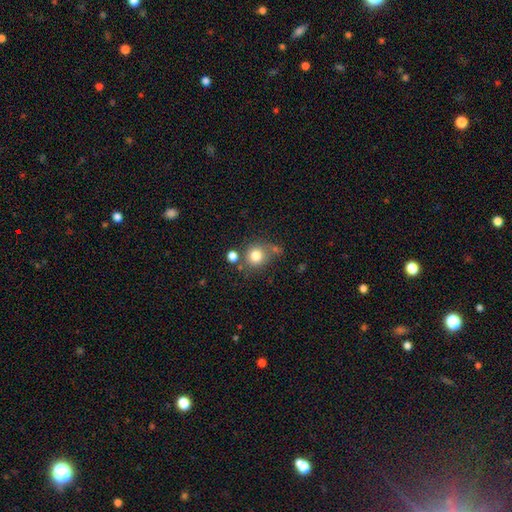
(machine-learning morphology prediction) Smooth or featured?
  - smooth: 78% *
  - star or artifact: 12%
  - featured or disk: 10%
How rounded?
  - round: 86% *
  - in between: 13%
  - cigar-shaped: 1%
Merging?
  - none: 64% *
  - merger: 16%
  - minor disturbance: 14%
  - major disturbance: 6%